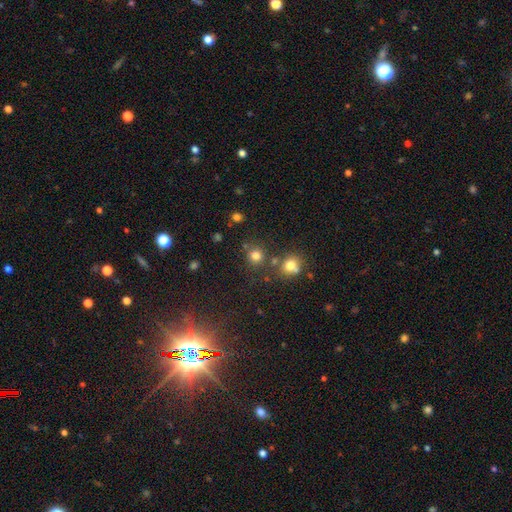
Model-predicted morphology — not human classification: A smooth galaxy with no disk features (76%) that is round (88%). Merging: none (73%).